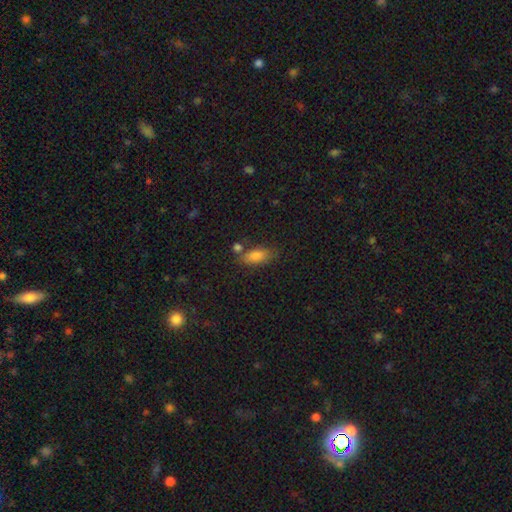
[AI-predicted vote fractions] smooth_or_featured: smooth (p=0.81) [alt: star or artifact p=0.10]
how_rounded: in between (p=0.83) [alt: cigar-shaped p=0.13]
merging: none (p=0.67) [alt: minor disturbance p=0.16]